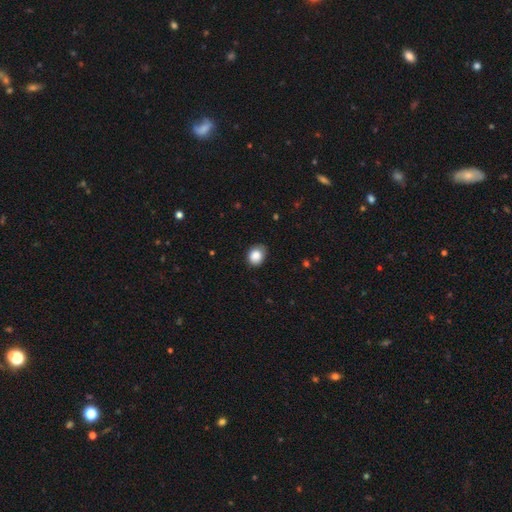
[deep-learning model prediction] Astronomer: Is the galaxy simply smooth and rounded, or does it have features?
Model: smooth — 86%.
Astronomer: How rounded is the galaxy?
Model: round — 58% (runner-up: in between, 41%).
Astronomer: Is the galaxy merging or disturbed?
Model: none — 75%.